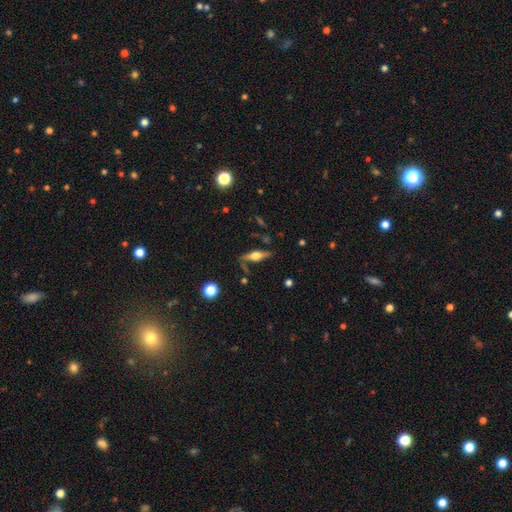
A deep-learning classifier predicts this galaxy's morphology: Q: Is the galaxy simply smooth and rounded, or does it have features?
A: featured or disk — 68%.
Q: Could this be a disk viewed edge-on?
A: yes — 93%.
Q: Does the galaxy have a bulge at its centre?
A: rounded — 93%.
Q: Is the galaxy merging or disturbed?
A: none — 76%.